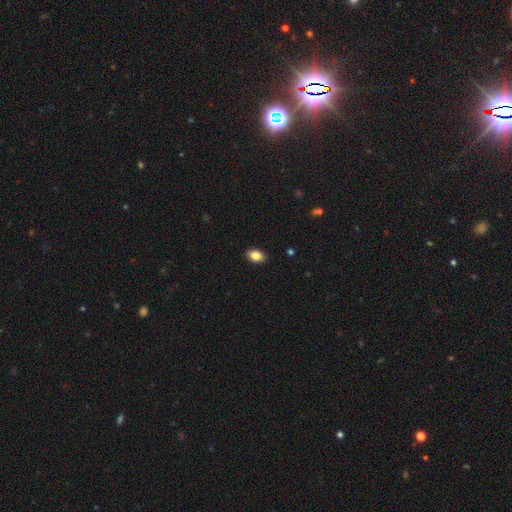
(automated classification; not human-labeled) This appears to be a smooth galaxy with no disk features (85%) that is in between round and cigar-shaped (82%). Merging: none (90%).